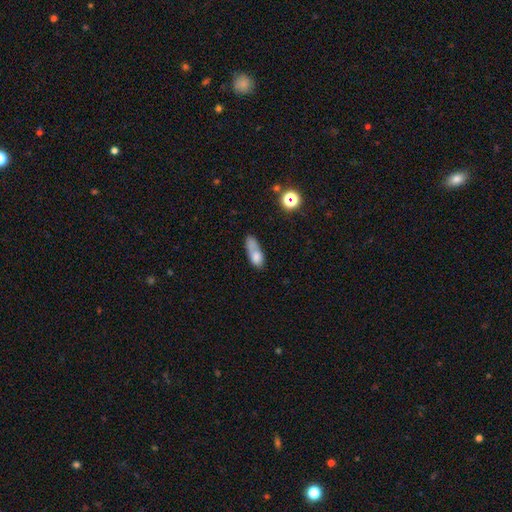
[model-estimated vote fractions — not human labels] This is likely a smooth galaxy (70%). How rounded: likely in between (63%). Merging: marginally none (34%).